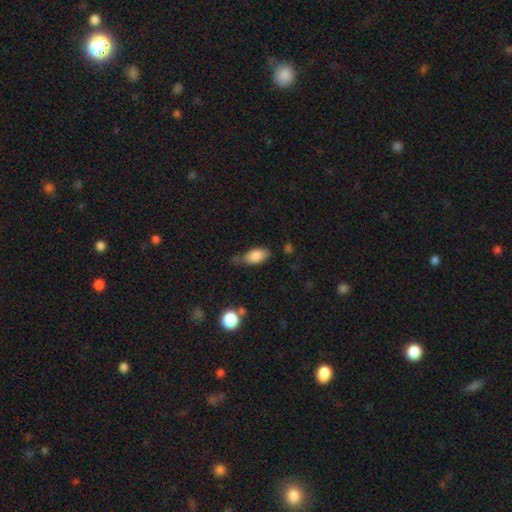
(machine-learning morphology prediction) Smooth or featured?
  - smooth: 81% *
  - featured or disk: 11%
  - star or artifact: 8%
How rounded?
  - in between: 89% *
  - cigar-shaped: 7%
  - round: 5%
Merging?
  - none: 46% *
  - minor disturbance: 35%
  - major disturbance: 12%
  - merger: 7%